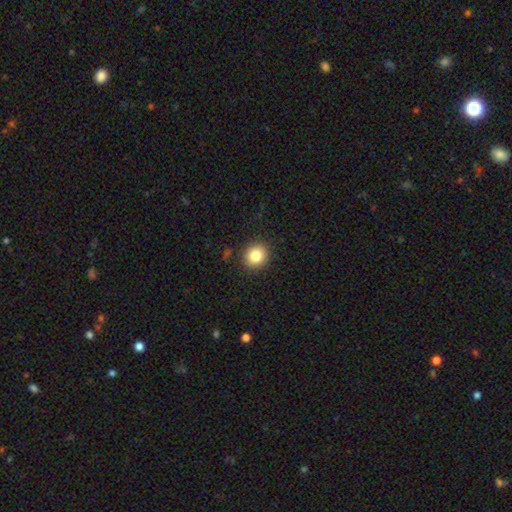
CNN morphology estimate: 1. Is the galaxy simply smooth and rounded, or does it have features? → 83% smooth, 10% star or artifact, 7% featured or disk.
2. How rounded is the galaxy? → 84% round, 15% in between, 1% cigar-shaped.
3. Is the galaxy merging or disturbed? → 90% none, 7% minor disturbance, 2% major disturbance, 1% merger.